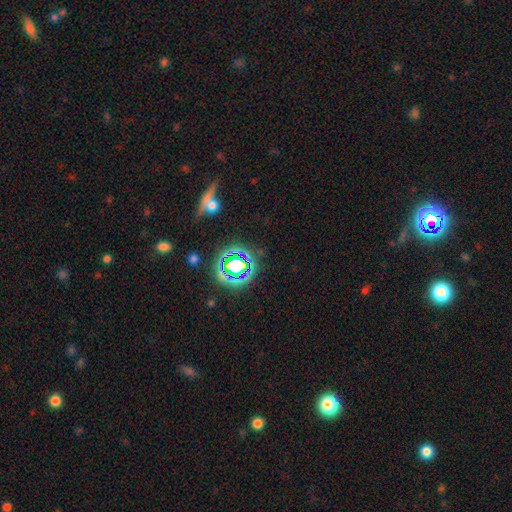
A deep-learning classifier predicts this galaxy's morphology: Overall: star or artifact (73%).